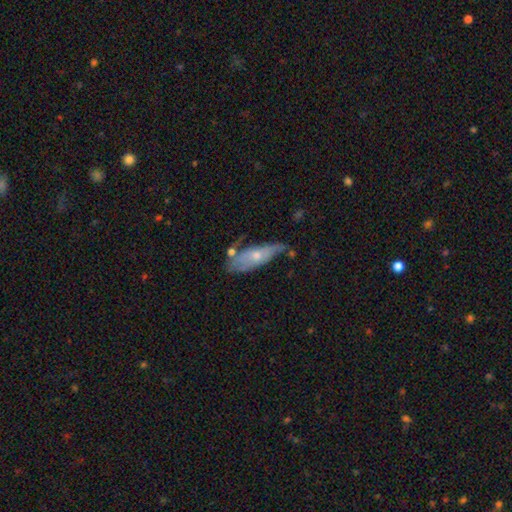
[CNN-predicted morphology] A featured or disk galaxy (48%).

Vote fractions:
- Smooth or featured? featured or disk: 48% / smooth: 45% / star or artifact: 7%
- Merging? none: 43% / minor disturbance: 32% / major disturbance: 13% / merger: 11%